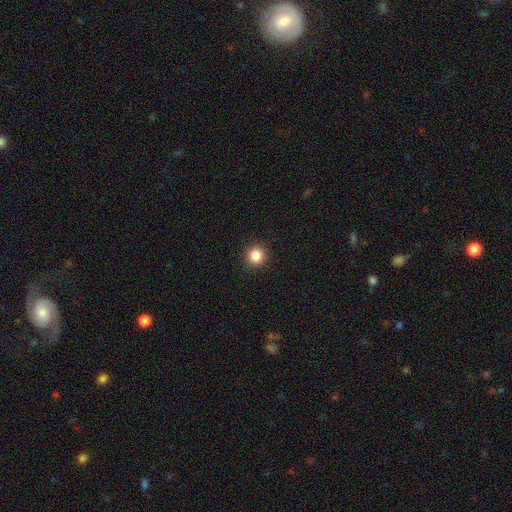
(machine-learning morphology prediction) Q: Smooth or featured?
A: smooth (85%); runner-up: star or artifact (11%)
Q: How rounded?
A: round (95%); runner-up: in between (4%)
Q: Merging?
A: none (93%); runner-up: minor disturbance (4%)